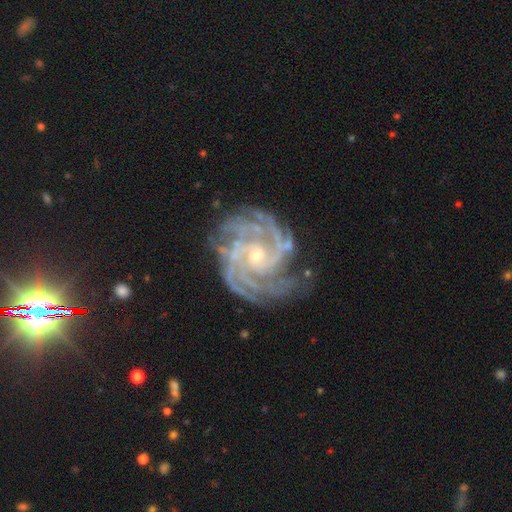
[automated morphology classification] featured or disk 91%, star or artifact 6%, smooth 3%. Down the decision tree: edge-on disk — no (98%); bar — no (68%); spiral arms — yes (99%); spiral arm count — 4 (31%); spiral winding — tight (69%); bulge size — small (70%); merging — none (74%).